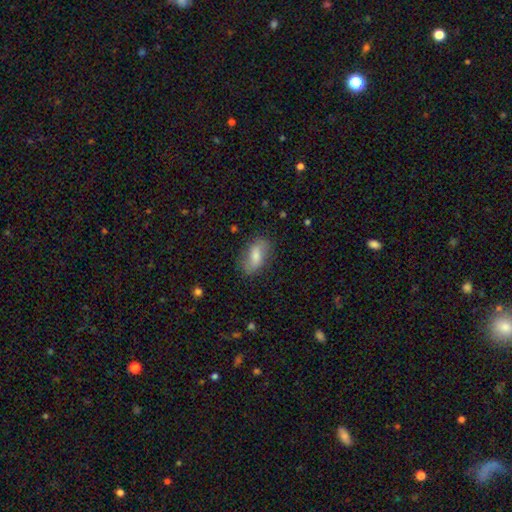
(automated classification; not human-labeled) Smooth or featured?
  - smooth: 69% *
  - featured or disk: 24%
  - star or artifact: 7%
How rounded?
  - in between: 88% *
  - cigar-shaped: 6%
  - round: 6%
Merging?
  - none: 76% *
  - minor disturbance: 18%
  - major disturbance: 5%
  - merger: 2%